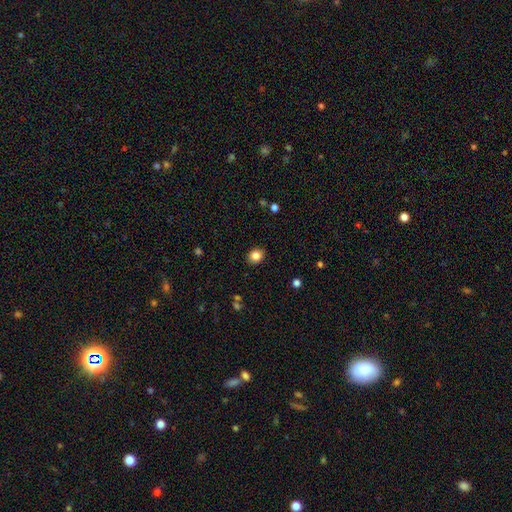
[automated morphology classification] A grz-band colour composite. It shows a smooth galaxy with no disk features (84%) that is round (66%). Merging: none (90%).